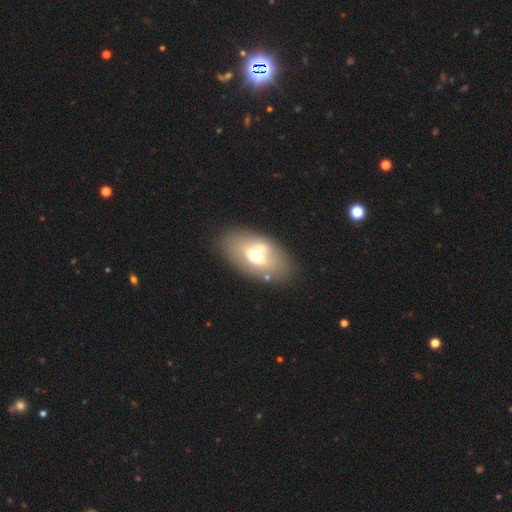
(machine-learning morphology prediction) smooth 53%, featured or disk 38%, star or artifact 10%. Down the decision tree: how rounded — in between (89%); merging — none (73%).